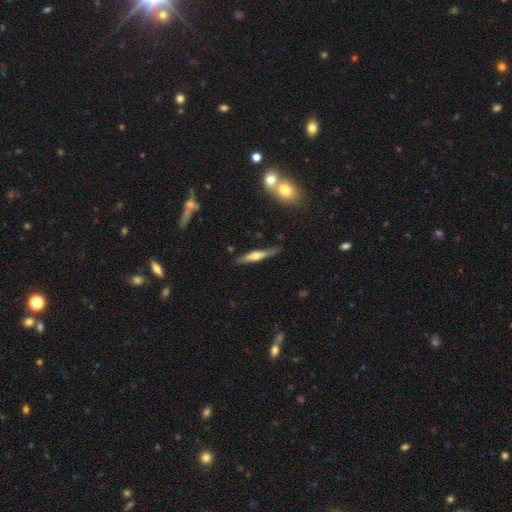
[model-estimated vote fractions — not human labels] The model was most divided on "smooth or featured": featured or disk: 57%, smooth: 37%, star or artifact: 6%. More confident: edge-on disk — yes (93%); edge-on bulge — rounded (85%); merging — none (83%).